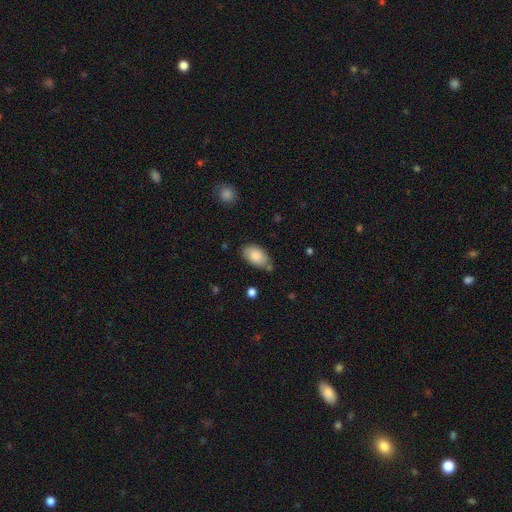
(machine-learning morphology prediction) Q: Smooth or featured?
A: smooth (85%); runner-up: featured or disk (8%)
Q: How rounded?
A: in between (93%); runner-up: round (5%)
Q: Merging?
A: none (70%); runner-up: minor disturbance (20%)